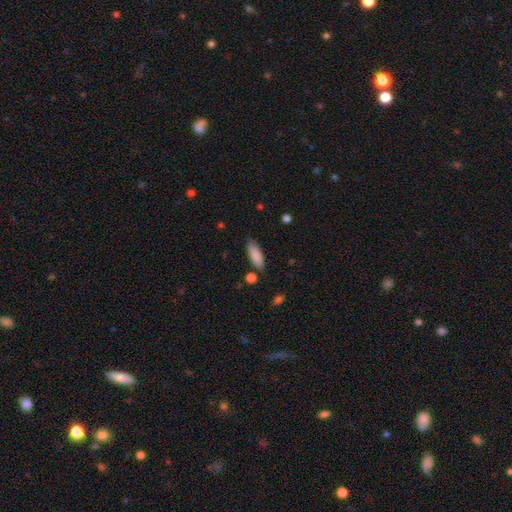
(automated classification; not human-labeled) The model was most divided on "how rounded": in between: 67%, cigar-shaped: 31%, round: 2%. More confident: smooth or featured — smooth (88%); merging — none (81%).